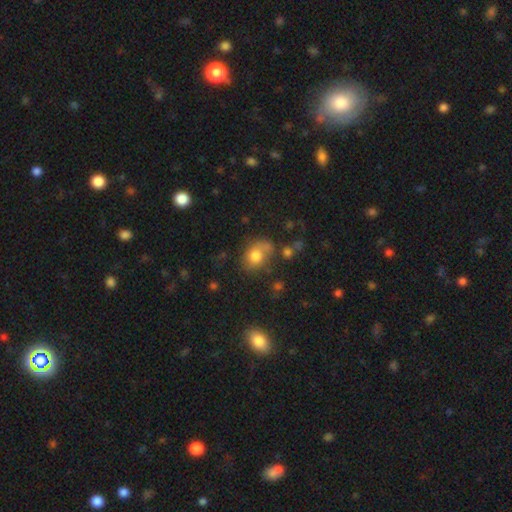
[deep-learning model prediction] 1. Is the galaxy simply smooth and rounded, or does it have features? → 75% smooth, 13% featured or disk, 12% star or artifact.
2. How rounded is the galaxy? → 54% in between, 45% round, 1% cigar-shaped.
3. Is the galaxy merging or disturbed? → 49% none, 25% minor disturbance, 14% major disturbance, 12% merger.